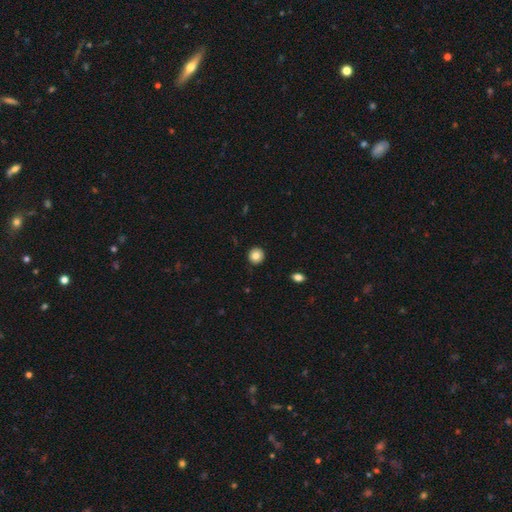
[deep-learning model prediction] Morphology: type=smooth (83%); roundness=round (93%); merging=none (91%).